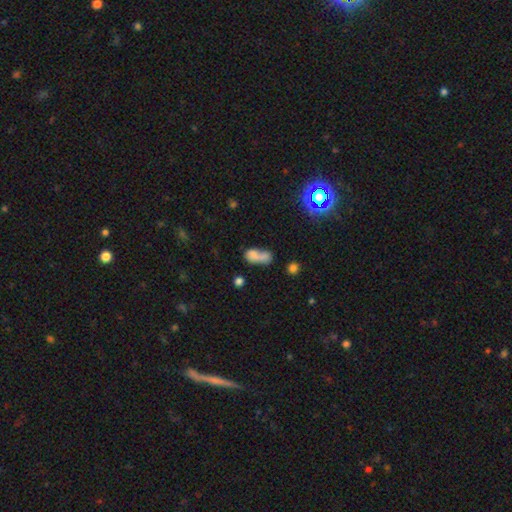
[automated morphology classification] A smooth galaxy with no disk features (65%) that is in between round and cigar-shaped (78%).

Vote fractions:
- Smooth or featured? smooth: 65% / featured or disk: 22% / star or artifact: 13%
- How rounded? in between: 78% / round: 13% / cigar-shaped: 9%
- Merging? merger: 39% / none: 26% / major disturbance: 19% / minor disturbance: 16%